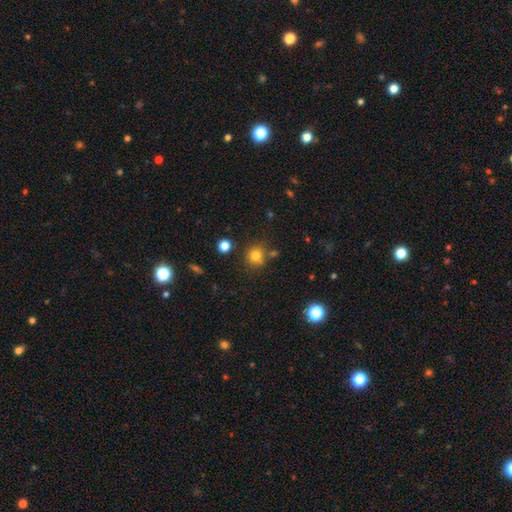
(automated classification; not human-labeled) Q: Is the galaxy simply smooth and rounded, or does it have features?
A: smooth — 79%.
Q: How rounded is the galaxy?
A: round — 89%.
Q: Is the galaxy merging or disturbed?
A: none — 76%.